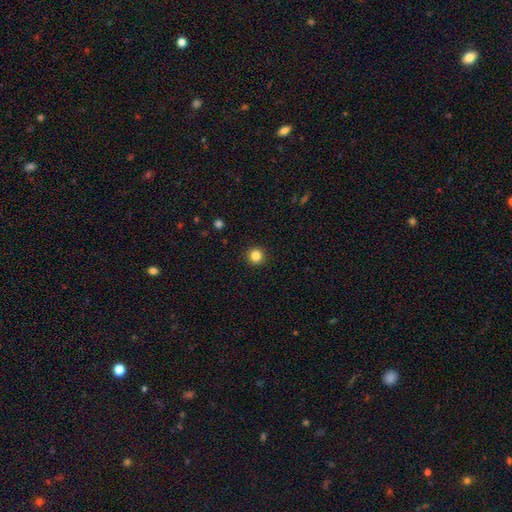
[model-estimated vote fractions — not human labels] The model was most divided on "smooth or featured": smooth: 84%, star or artifact: 12%, featured or disk: 4%. More confident: how rounded — round (95%); merging — none (93%).